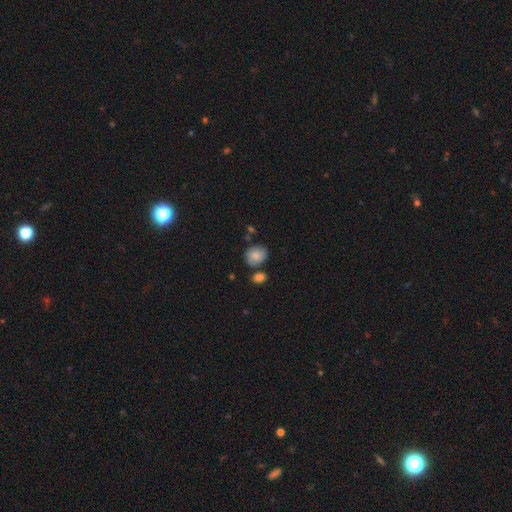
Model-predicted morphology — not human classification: smooth_or_featured: smooth (p=0.83) [alt: featured or disk p=0.09]
how_rounded: round (p=0.57) [alt: in between p=0.42]
merging: none (p=0.67) [alt: minor disturbance p=0.16]